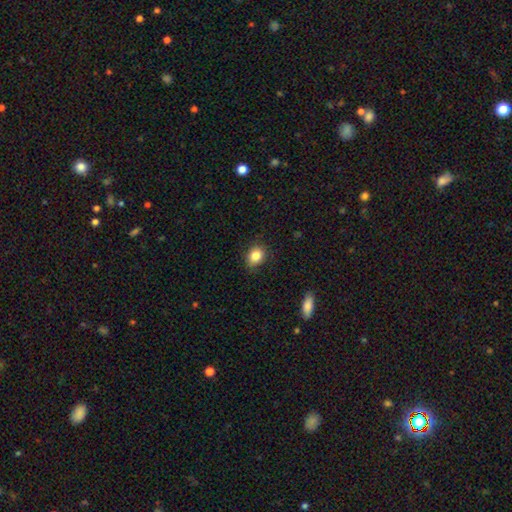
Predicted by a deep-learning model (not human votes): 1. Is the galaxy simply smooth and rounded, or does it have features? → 85% smooth, 9% star or artifact, 6% featured or disk.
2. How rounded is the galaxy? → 50% round, 49% in between, 1% cigar-shaped.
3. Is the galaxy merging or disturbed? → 82% none, 14% minor disturbance, 3% major disturbance, 1% merger.